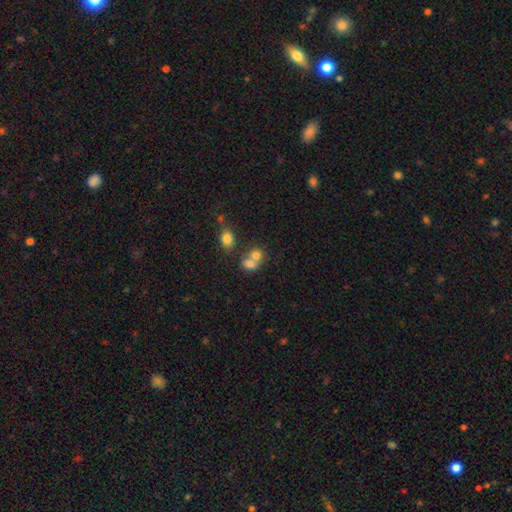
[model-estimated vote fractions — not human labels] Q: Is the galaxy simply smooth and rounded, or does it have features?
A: smooth — 73%.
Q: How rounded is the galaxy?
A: round — 55%.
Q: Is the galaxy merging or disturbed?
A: merger — 61%.